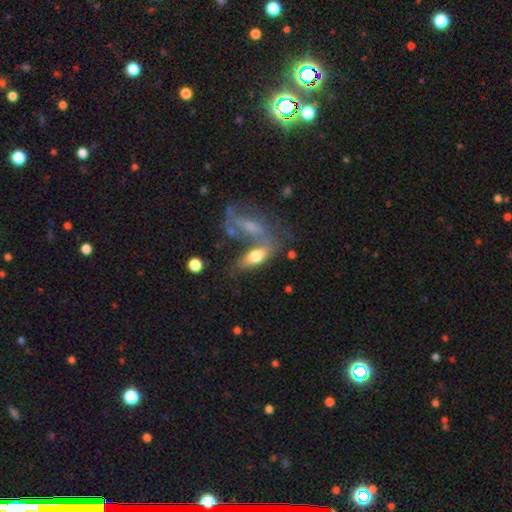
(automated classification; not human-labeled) Smooth or featured? smooth (62%)
How rounded? in between (78%)
Merging? merger (37%)